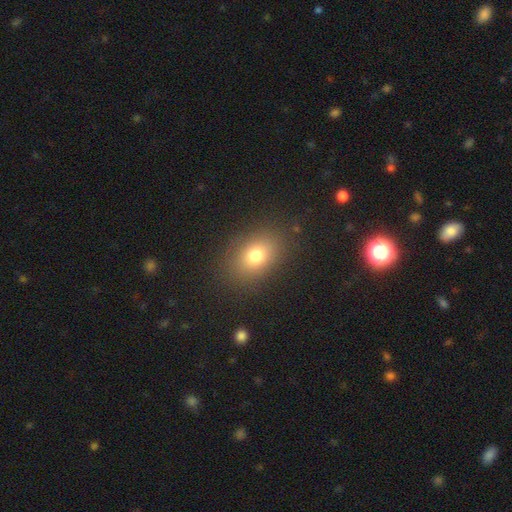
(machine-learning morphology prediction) Smooth or featured: smooth — 76% (star or artifact — 13%)
How rounded: in between — 69% (round — 30%)
Merging: none — 85% (minor disturbance — 9%)